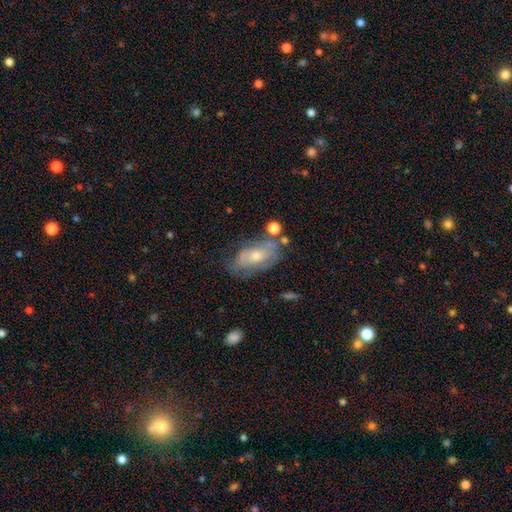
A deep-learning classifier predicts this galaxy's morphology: The model was most divided on "bulge size": small: 51%, moderate: 43%, large: 3%, none: 2%, dominant: 1%. Remaining: edge-on disk — no (92%); bar — no (78%); spiral arms — yes (59%); smooth or featured — featured or disk (55%); merging — none (49%).